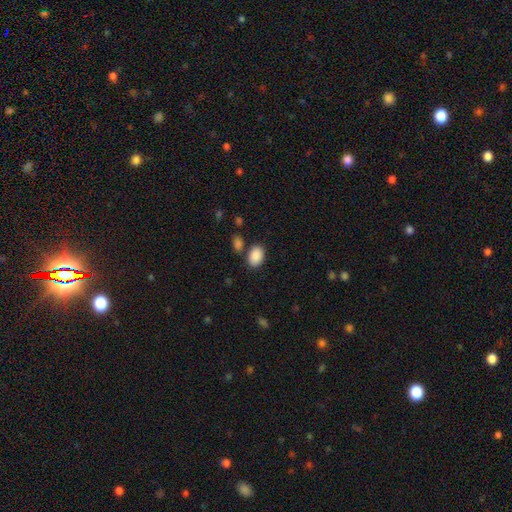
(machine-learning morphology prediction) smooth 89%, star or artifact 7%, featured or disk 3%. Down the decision tree: how rounded — in between (86%); merging — none (76%).